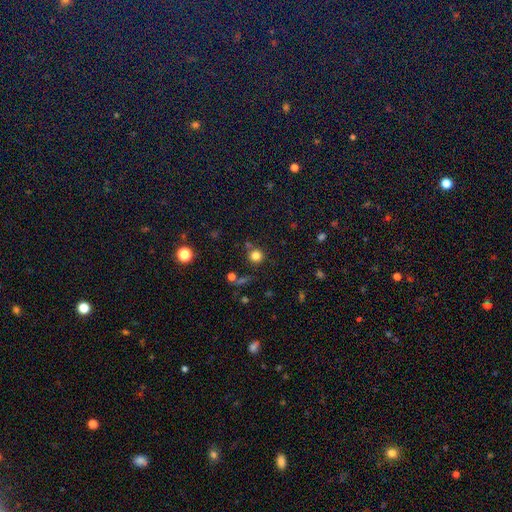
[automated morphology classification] Smooth or featured? Predicted: smooth (p=0.80). How rounded? Predicted: round (p=0.92). Merging? Predicted: none (p=0.77).